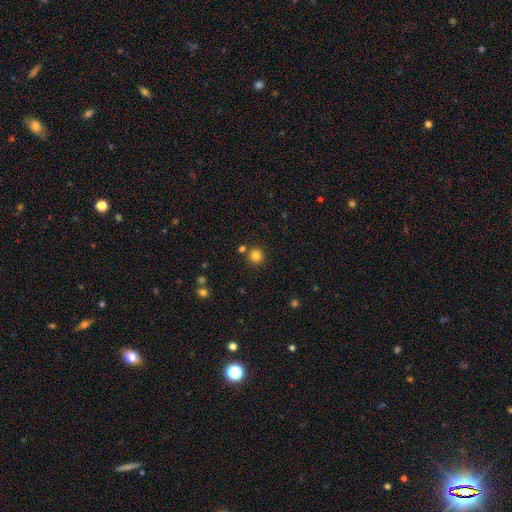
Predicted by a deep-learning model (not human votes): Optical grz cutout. It shows a smooth galaxy with no disk features (82%) that is round (94%). Merging: none (83%).